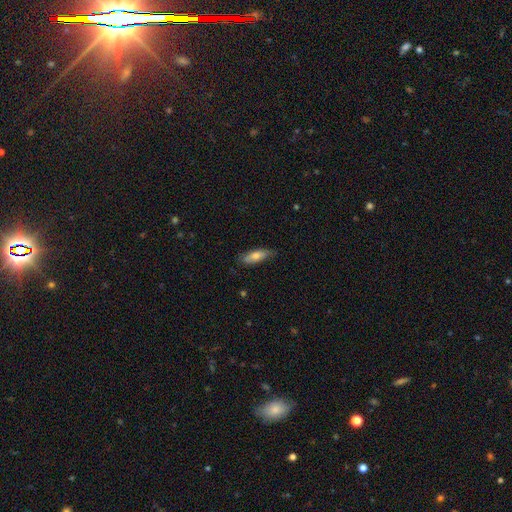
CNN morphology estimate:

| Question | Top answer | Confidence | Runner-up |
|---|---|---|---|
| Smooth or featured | smooth | 69% | featured or disk (24%) |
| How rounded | in between | 61% | cigar-shaped (37%) |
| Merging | none | 75% | minor disturbance (20%) |